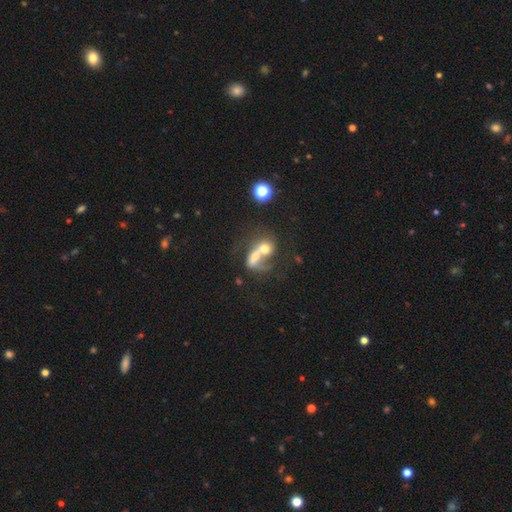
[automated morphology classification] Q: Smooth or featured?
A: smooth (50%); runner-up: featured or disk (39%)
Q: Merging?
A: merger (74%); runner-up: none (11%)